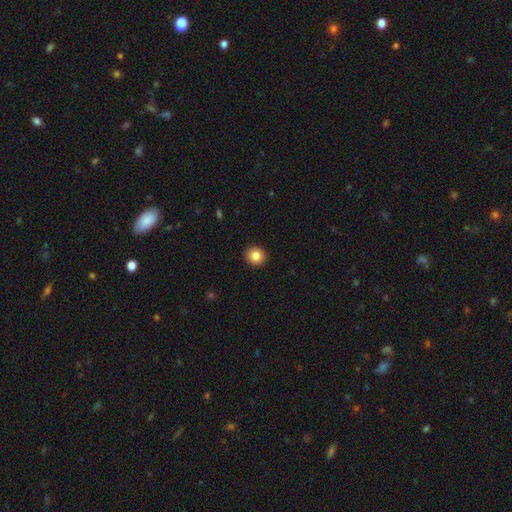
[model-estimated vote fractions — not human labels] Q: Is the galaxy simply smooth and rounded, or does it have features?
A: smooth — 84%.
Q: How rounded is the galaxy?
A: round — 88%.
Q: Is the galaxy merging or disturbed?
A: none — 93%.